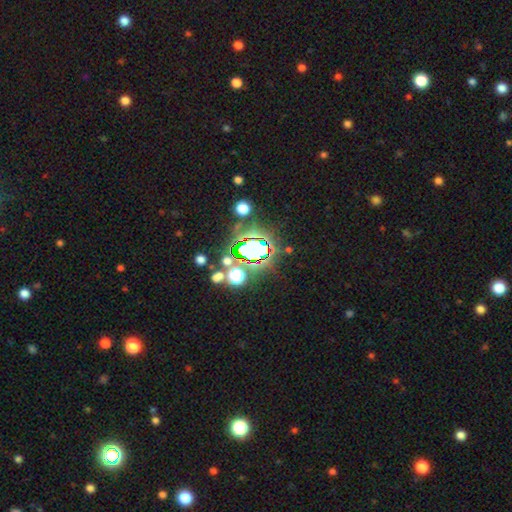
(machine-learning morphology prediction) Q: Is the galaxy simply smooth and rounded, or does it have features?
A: star or artifact — 67%.